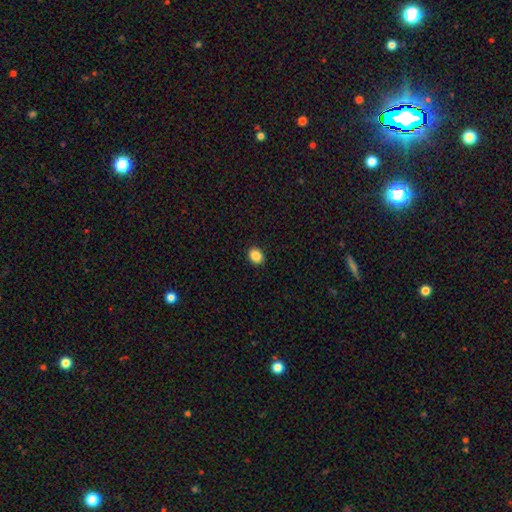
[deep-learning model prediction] This is clearly a smooth galaxy (87%). How rounded: possibly round (53%). Merging: clearly none (91%).